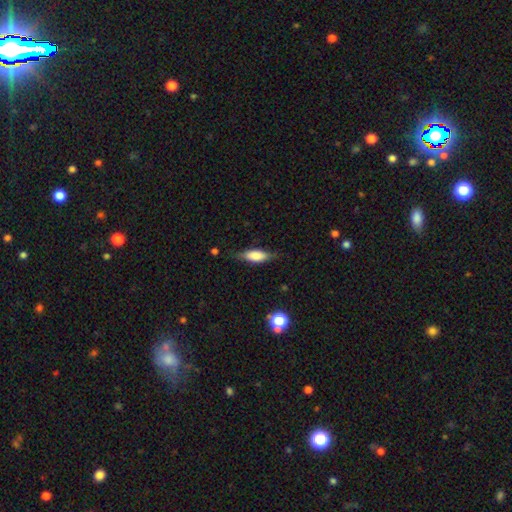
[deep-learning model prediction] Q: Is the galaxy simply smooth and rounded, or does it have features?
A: smooth — 60%.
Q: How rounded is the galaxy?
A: in between — 63%.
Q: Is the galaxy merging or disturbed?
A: none — 74%.